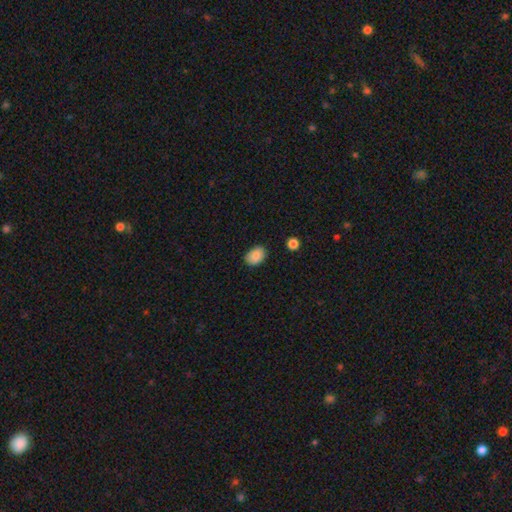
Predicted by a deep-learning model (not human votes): smooth_or_featured: smooth (p=0.86) [alt: star or artifact p=0.08]
how_rounded: in between (p=0.79) [alt: round p=0.20]
merging: none (p=0.83) [alt: minor disturbance p=0.13]